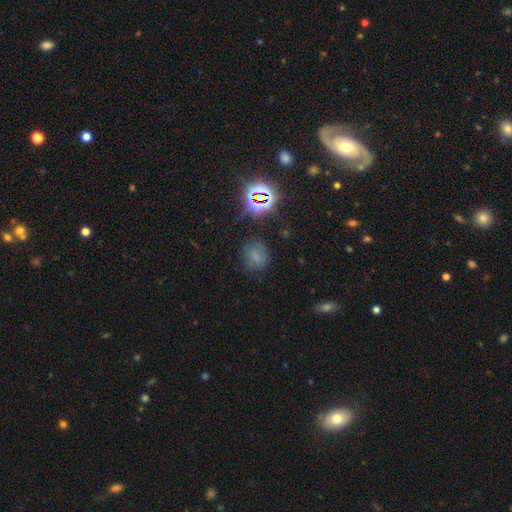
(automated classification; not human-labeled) A smooth galaxy with no disk features (57%) that is round (58%).

Vote fractions:
- Smooth or featured? smooth: 57% / star or artifact: 32% / featured or disk: 12%
- How rounded? round: 58% / in between: 40% / cigar-shaped: 2%
- Merging? none: 75% / minor disturbance: 16% / major disturbance: 7% / merger: 2%